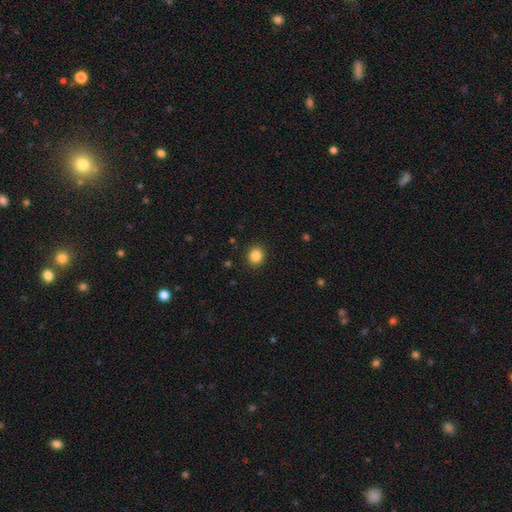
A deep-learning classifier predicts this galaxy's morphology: Smooth or featured? Predicted: smooth (p=0.85). How rounded? Predicted: round (p=0.82). Merging? Predicted: none (p=0.91).